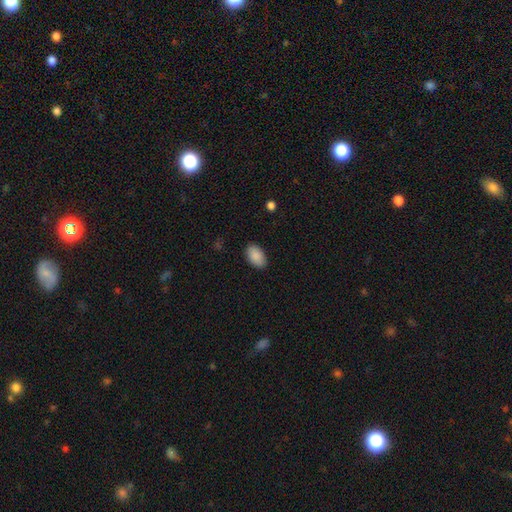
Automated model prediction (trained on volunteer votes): smooth 90%, star or artifact 6%, featured or disk 3%. Down the decision tree: how rounded — in between (93%); merging — none (88%).